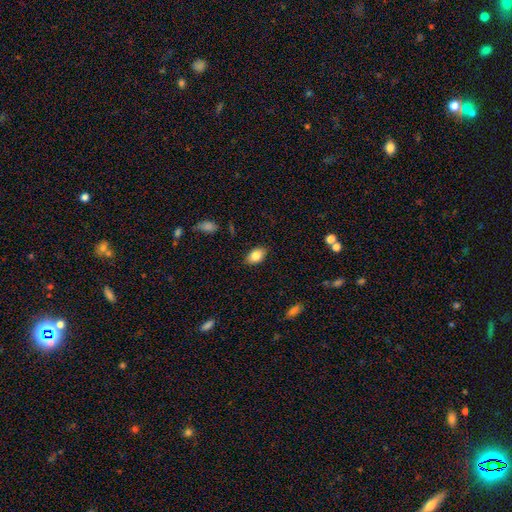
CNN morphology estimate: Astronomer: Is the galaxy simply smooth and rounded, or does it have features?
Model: smooth — 84%.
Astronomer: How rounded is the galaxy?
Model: in between — 87%.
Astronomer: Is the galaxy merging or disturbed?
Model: none — 87%.